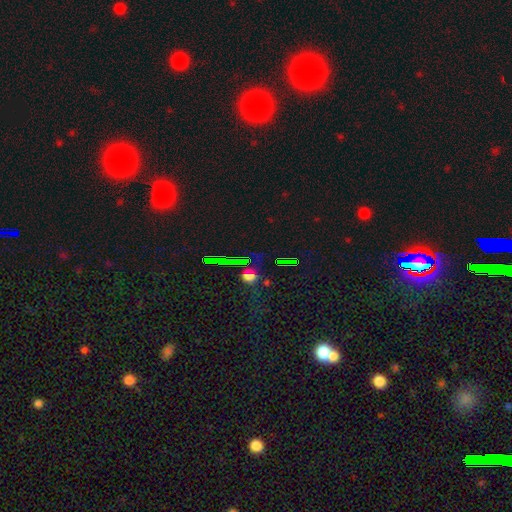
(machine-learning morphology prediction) smooth-or-featured: star or artifact: 67% | smooth: 23% | featured or disk: 10%